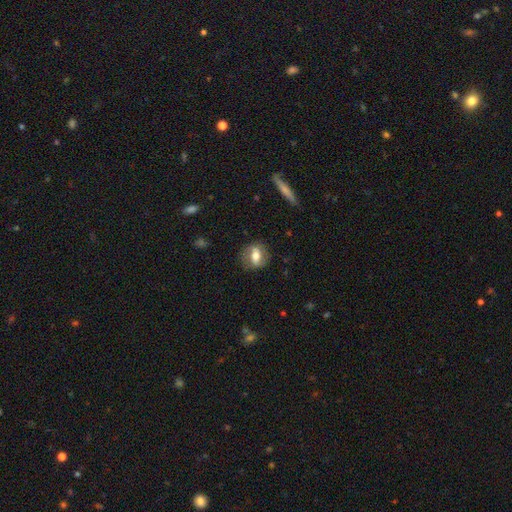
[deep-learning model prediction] A featured or disk galaxy (47%).

Vote fractions:
- Smooth or featured? featured or disk: 47% / smooth: 45% / star or artifact: 7%
- Merging? none: 78% / minor disturbance: 14% / major disturbance: 6% / merger: 1%